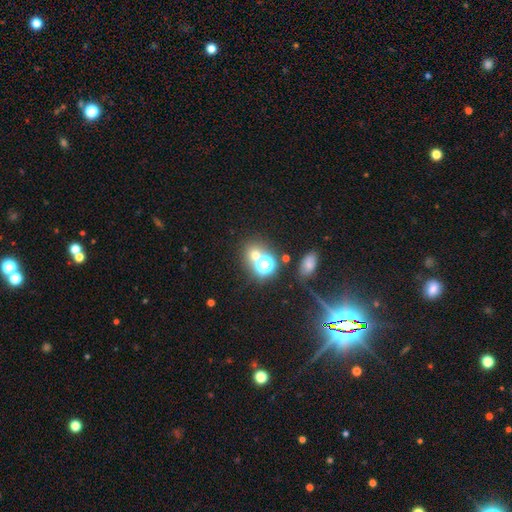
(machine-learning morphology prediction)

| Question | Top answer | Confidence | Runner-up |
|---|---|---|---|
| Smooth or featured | smooth | 54% | star or artifact (37%) |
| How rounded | round | 79% | in between (19%) |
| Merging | none | 63% | merger (24%) |